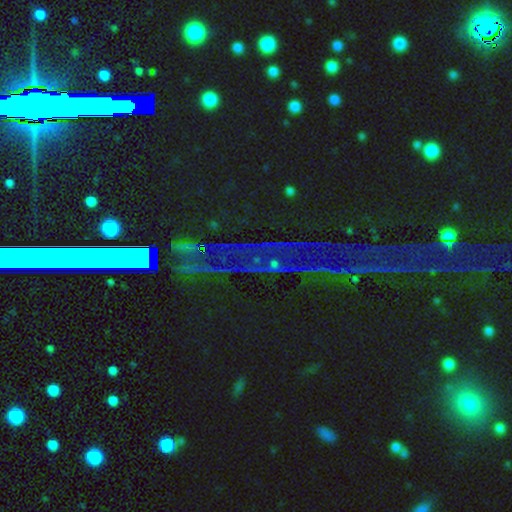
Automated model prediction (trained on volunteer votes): Morphology: type=star or artifact (81%).